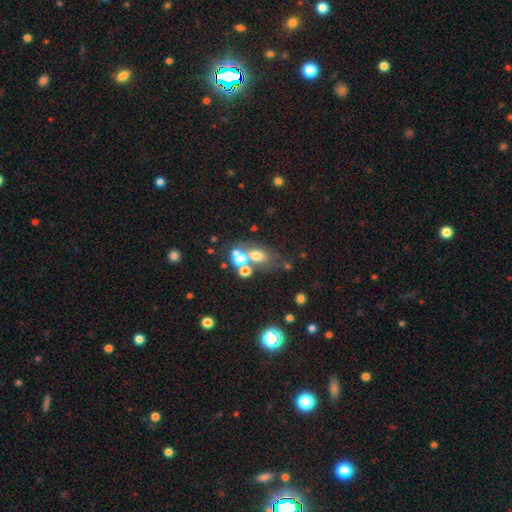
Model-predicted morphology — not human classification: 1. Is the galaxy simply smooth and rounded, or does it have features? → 59% smooth, 22% featured or disk, 19% star or artifact.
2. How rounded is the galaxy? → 56% in between, 42% round, 2% cigar-shaped.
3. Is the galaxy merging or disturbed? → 44% none, 37% merger, 11% minor disturbance, 8% major disturbance.